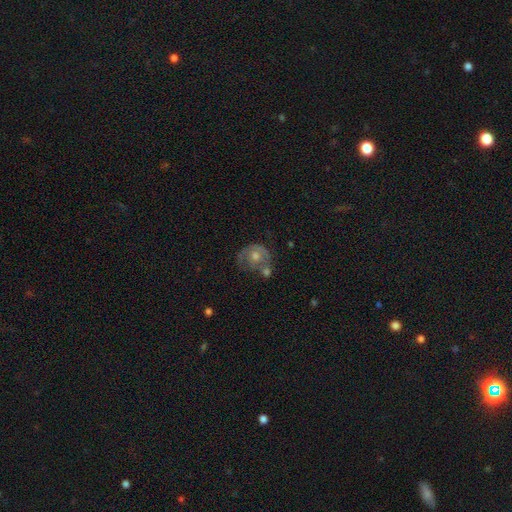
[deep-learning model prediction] Smooth or featured? featured or disk (62%)
Edge-on disk? no (97%)
Bar? no (83%)
Spiral arms? yes (67%)
Bulge size? moderate (68%)
Merging? none (48%)